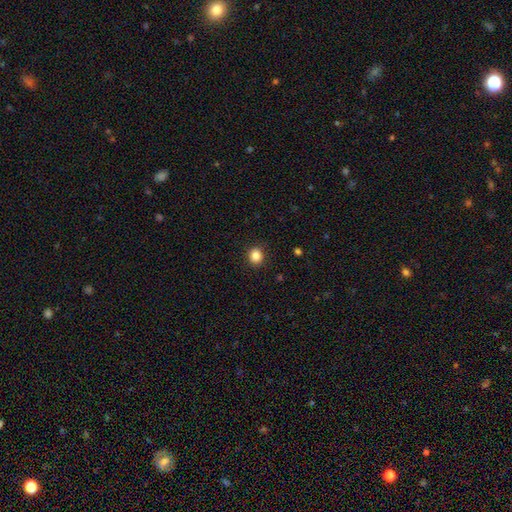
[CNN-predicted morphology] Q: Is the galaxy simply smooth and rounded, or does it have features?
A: smooth — 85%.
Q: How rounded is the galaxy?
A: round — 80%.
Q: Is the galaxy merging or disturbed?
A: none — 91%.